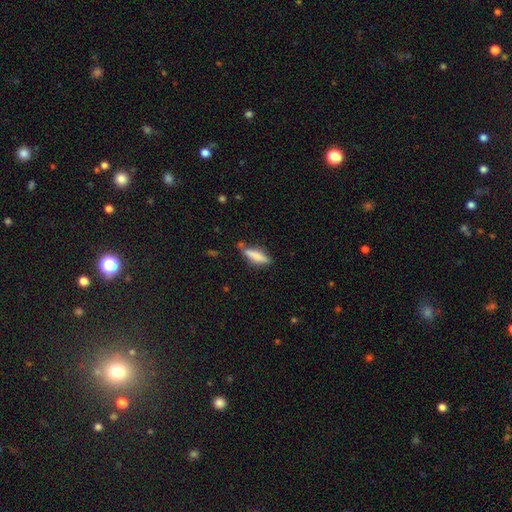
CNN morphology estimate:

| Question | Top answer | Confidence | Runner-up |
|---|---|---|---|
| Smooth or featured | smooth | 72% | featured or disk (21%) |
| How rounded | cigar-shaped | 66% | in between (32%) |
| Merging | none | 66% | minor disturbance (22%) |